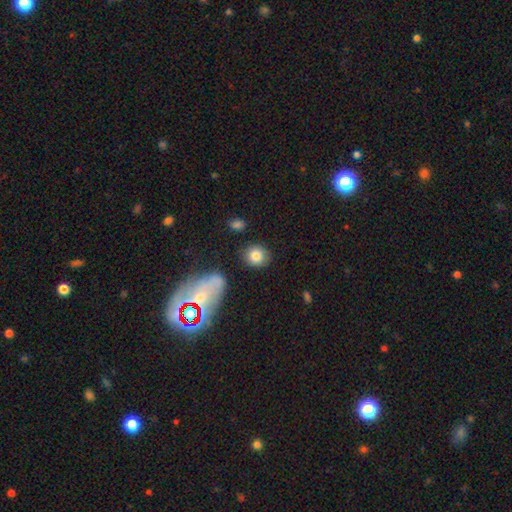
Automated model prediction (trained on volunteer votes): This is clearly a smooth galaxy (82%). How rounded: likely round (79%). Merging: clearly none (83%).